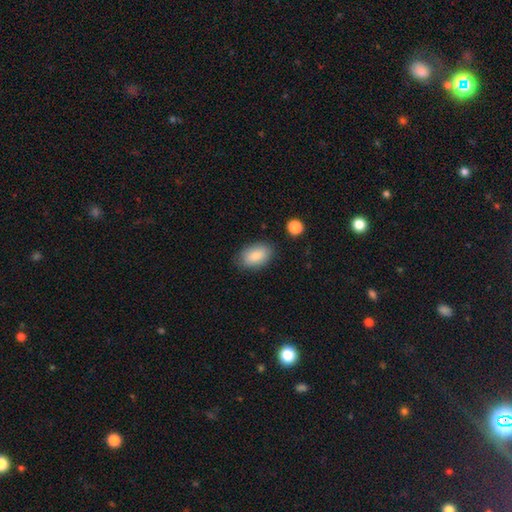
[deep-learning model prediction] Smooth or featured: smooth — 84% (featured or disk — 9%)
How rounded: in between — 91% (round — 7%)
Merging: none — 80% (minor disturbance — 14%)